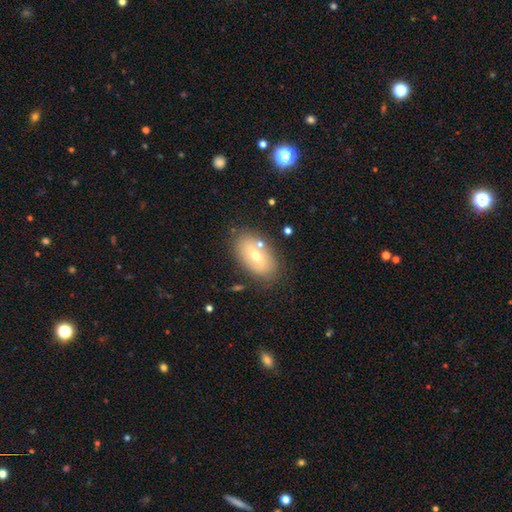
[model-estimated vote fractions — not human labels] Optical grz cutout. It shows a smooth galaxy with no disk features (56%) that is in between round and cigar-shaped (91%). Merging: none (77%).